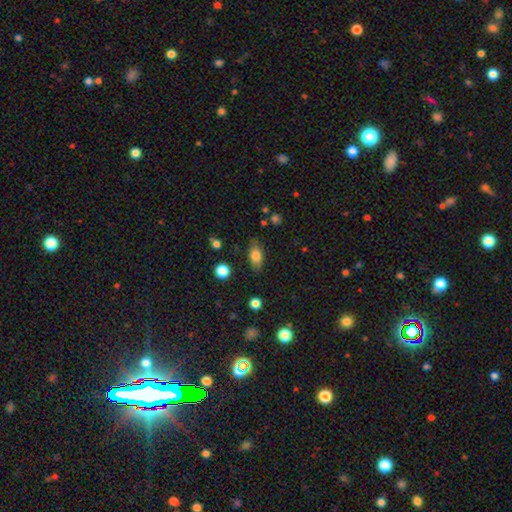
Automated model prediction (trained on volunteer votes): A smooth galaxy with no disk features (76%) that is in between round and cigar-shaped (82%). Merging: none (78%).